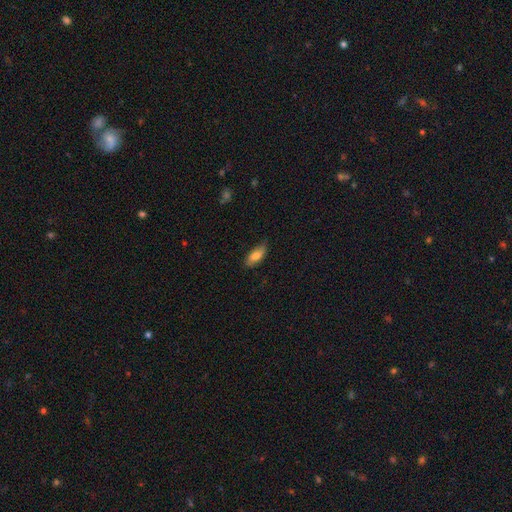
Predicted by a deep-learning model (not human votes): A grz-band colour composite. It shows a smooth galaxy with no disk features (77%) that is in between round and cigar-shaped (80%). Merging: none (75%).